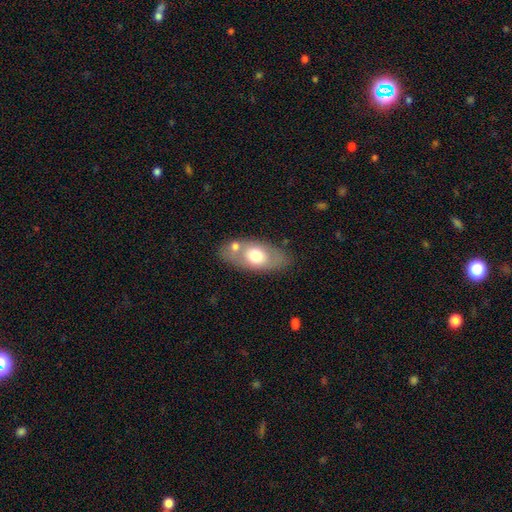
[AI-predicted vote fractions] This appears to be a smooth galaxy with no disk features (60%) that is in between round and cigar-shaped (89%). Merging: none (67%).